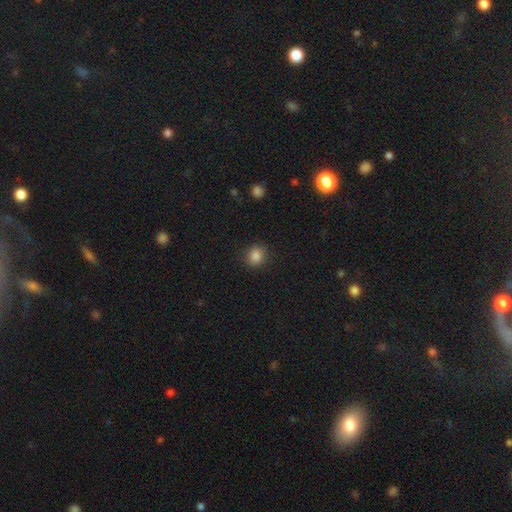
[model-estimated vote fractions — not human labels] Smooth or featured? smooth (86%)
How rounded? round (79%)
Merging? none (87%)